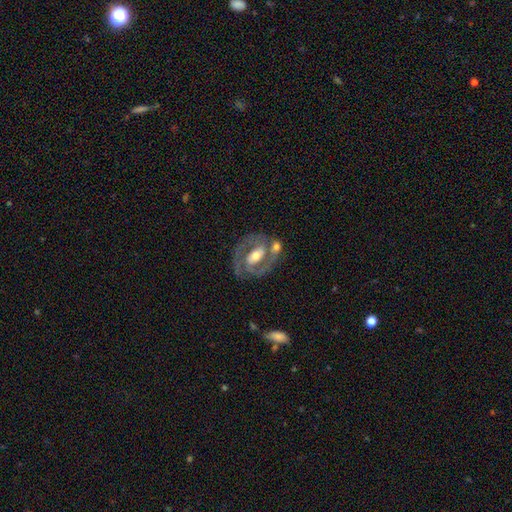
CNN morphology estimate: smooth-or-featured: featured or disk: 80% | smooth: 14% | star or artifact: 5%
  disk-edge-on: no: 96% | yes: 4%
    bar: weak: 36% | strong: 35% | no: 29%
    has-spiral-arms: yes: 81% | no: 19%
      spiral-winding: tight: 46% | medium: 43% | loose: 11%
      spiral-arm-count: 2: 79% | can't tell: 9% | 1: 7% | 3: 2% | 4: 1% | more than 4: 1%
    bulge-size: moderate: 65% | small: 21% | large: 11% | none: 1% | dominant: 1%
  merging: none: 59% | merger: 17% | minor disturbance: 16% | major disturbance: 9%